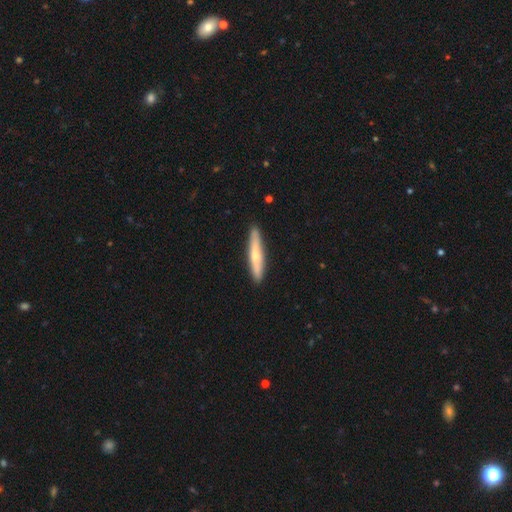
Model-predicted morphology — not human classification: type=smooth (58%); roundness=cigar-shaped (92%); merging=none (89%).